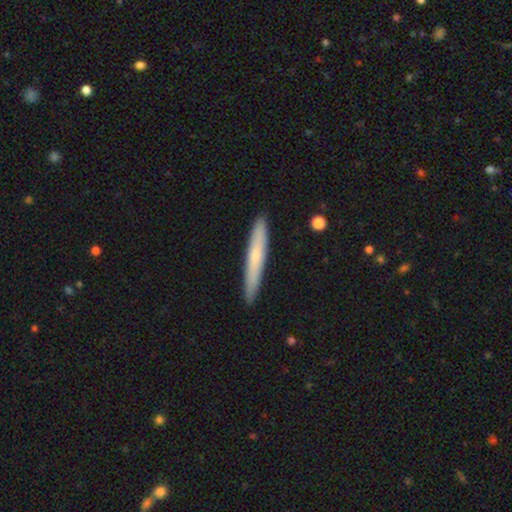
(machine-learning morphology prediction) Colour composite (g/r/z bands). It shows a smooth galaxy with no disk features (59%) that is cigar-shaped (95%). Merging: none (90%).